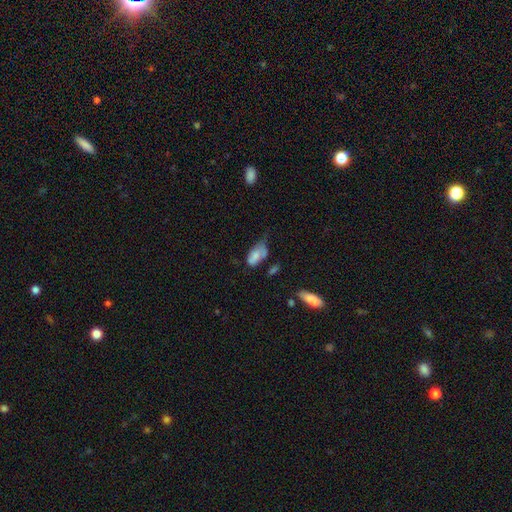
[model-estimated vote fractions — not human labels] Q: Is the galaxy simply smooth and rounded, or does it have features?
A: smooth — 72%.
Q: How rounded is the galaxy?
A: in between — 92%.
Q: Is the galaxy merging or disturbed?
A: minor disturbance — 40%.